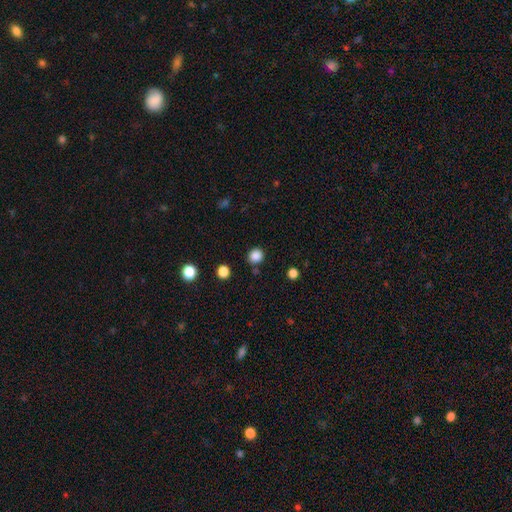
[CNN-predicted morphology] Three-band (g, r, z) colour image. It shows a smooth galaxy with no disk features (85%) that is round (88%). Merging: none (85%).